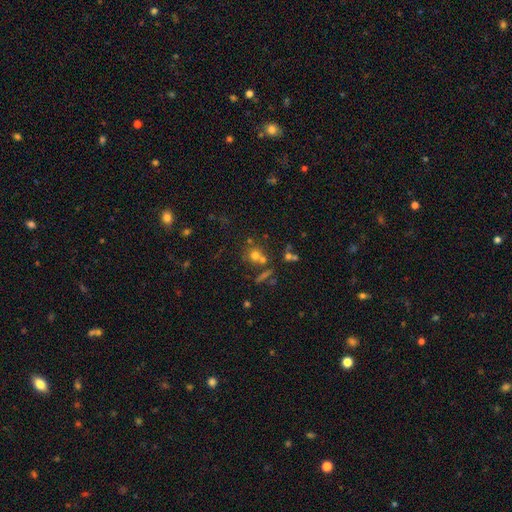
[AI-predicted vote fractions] Smooth or featured: smooth — 60% (star or artifact — 22%)
How rounded: round — 86% (in between — 12%)
Merging: none — 56% (merger — 31%)